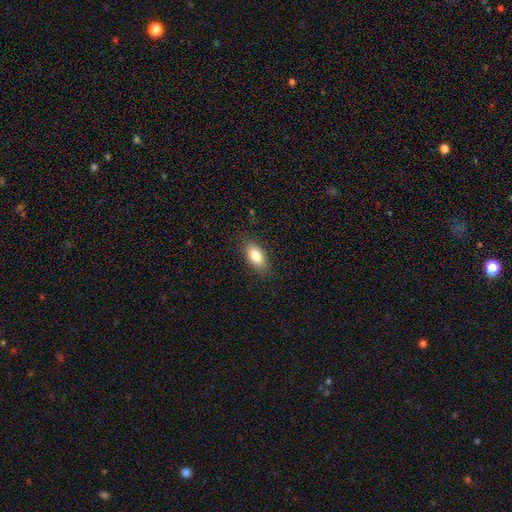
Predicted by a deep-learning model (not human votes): A smooth galaxy with no disk features (82%) that is in between round and cigar-shaped (88%). Merging: none (85%).